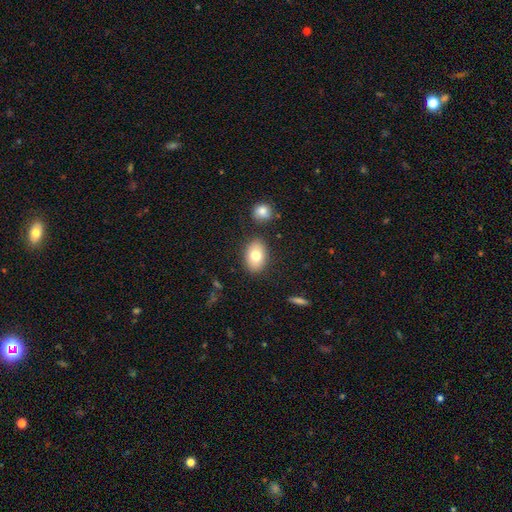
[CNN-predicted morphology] smooth_or_featured: smooth (p=0.78) [alt: featured or disk p=0.15]
how_rounded: in between (p=0.84) [alt: round p=0.15]
merging: none (p=0.83) [alt: minor disturbance p=0.10]